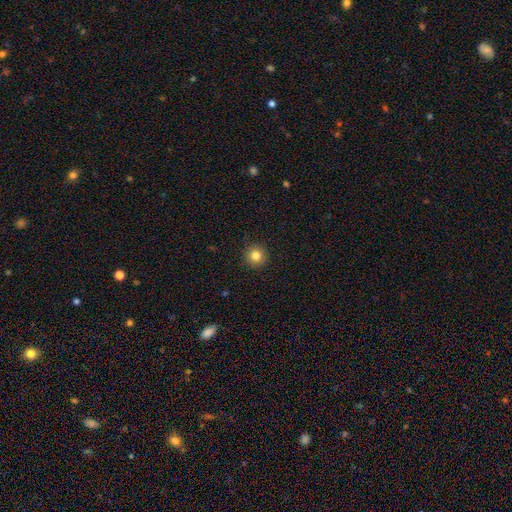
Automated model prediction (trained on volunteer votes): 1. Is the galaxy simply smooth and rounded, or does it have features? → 83% smooth, 11% star or artifact, 6% featured or disk.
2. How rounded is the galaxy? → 94% round, 5% in between, 1% cigar-shaped.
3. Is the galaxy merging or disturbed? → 92% none, 6% minor disturbance, 2% major disturbance, 1% merger.